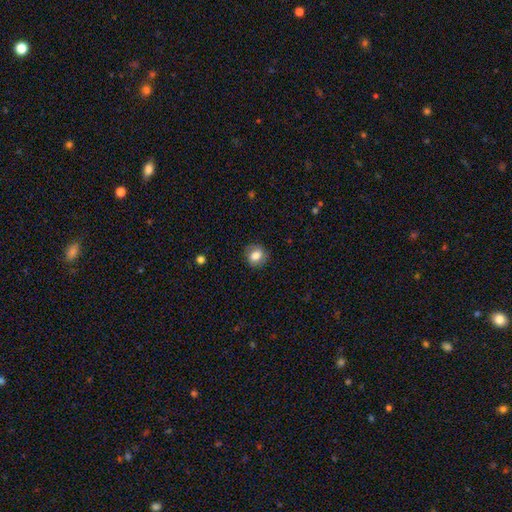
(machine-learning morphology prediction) This is likely a smooth galaxy (79%). How rounded: likely round (70%). Merging: clearly none (84%).